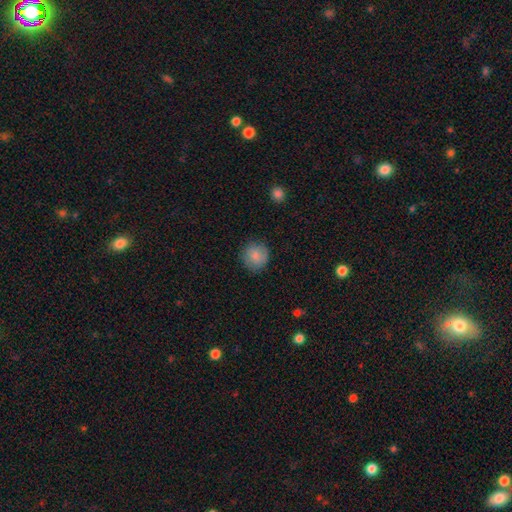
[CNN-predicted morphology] Q: Smooth or featured?
A: smooth (84%); runner-up: featured or disk (8%)
Q: How rounded?
A: round (90%); runner-up: in between (9%)
Q: Merging?
A: none (84%); runner-up: minor disturbance (12%)